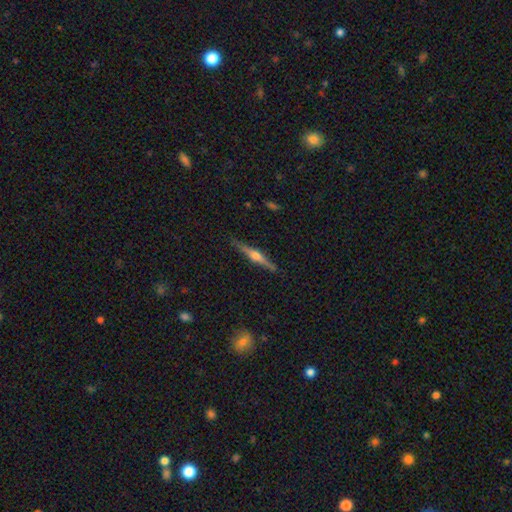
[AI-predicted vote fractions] The model was most divided on "smooth or featured": featured or disk: 76%, smooth: 18%, star or artifact: 6%. More confident: edge-on disk — yes (98%); edge-on bulge — rounded (91%); merging — none (89%).